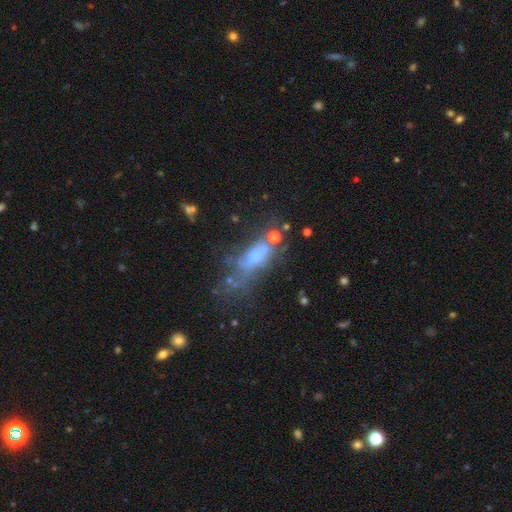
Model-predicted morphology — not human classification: smooth 45%, featured or disk 39%, star or artifact 16%. Down the decision tree: merging — none (36%).